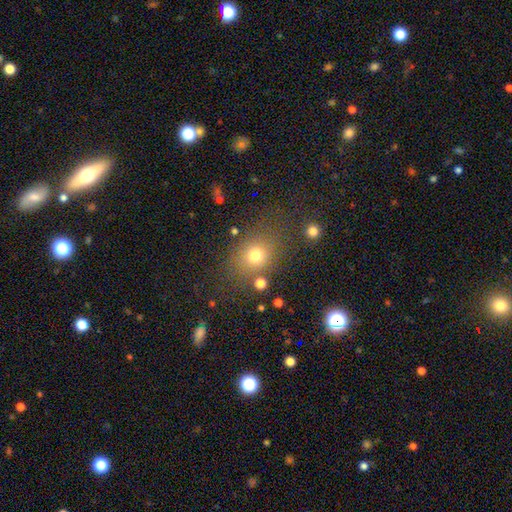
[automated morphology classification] This is likely a smooth galaxy (73%). How rounded: possibly round (58%). Merging: likely none (74%).